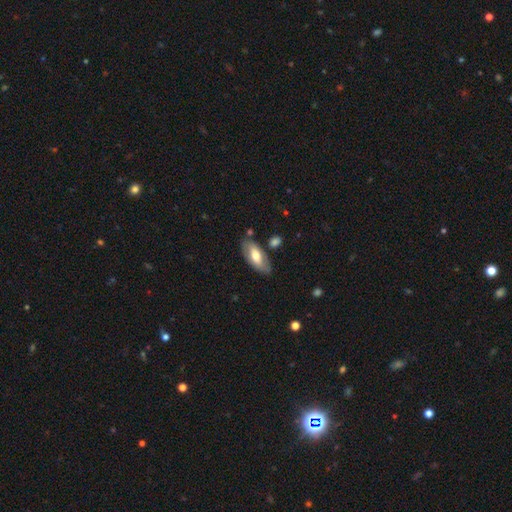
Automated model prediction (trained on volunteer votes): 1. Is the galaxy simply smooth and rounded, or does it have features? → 59% smooth, 35% featured or disk, 6% star or artifact.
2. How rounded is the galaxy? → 85% in between, 12% cigar-shaped, 2% round.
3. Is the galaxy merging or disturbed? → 77% none, 15% minor disturbance, 4% merger, 4% major disturbance.